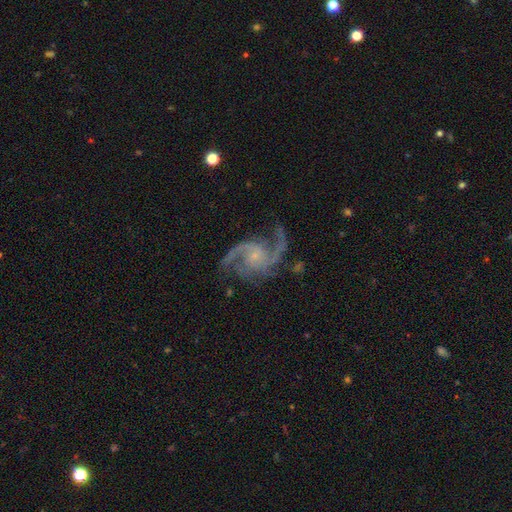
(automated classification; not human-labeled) A featured or disk galaxy (93%) with no bar (68%), 2 (65%) medium (55%) spiral arms (98%) and a small central bulge (77%).

Vote fractions:
- Smooth or featured? featured or disk: 93% / star or artifact: 5% / smooth: 3%
- Edge-on disk? no: 98% / yes: 2%
- Bar? no: 68% / weak: 25% / strong: 7%
- Spiral arms? yes: 98% / no: 2%
- Spiral winding? medium: 55% / loose: 31% / tight: 14%
- Spiral arm count? 2: 65% / 3: 20% / can't tell: 5% / 4: 4% / 1: 4% / more than 4: 4%
- Bulge size? small: 77% / moderate: 13% / none: 8% / large: 1% / dominant: 1%
- Merging? none: 70% / minor disturbance: 17% / major disturbance: 12% / merger: 2%